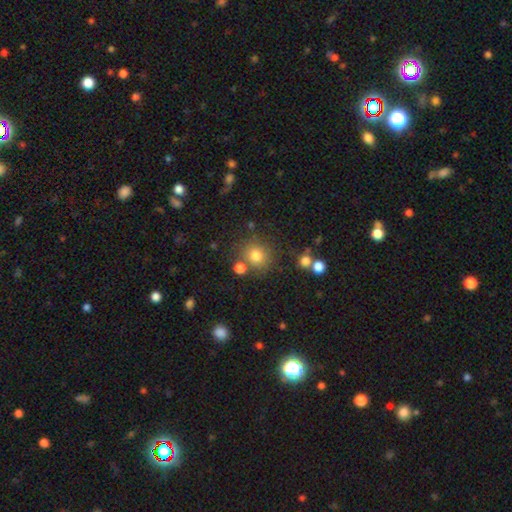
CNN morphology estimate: Overall: smooth (78%). How rounded: round (88%). Merging: none (77%).